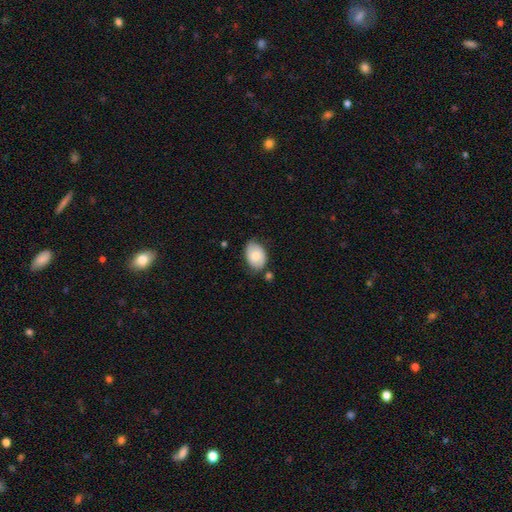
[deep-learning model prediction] smooth 70%, featured or disk 24%, star or artifact 7%. Down the decision tree: how rounded — in between (83%); merging — none (70%).